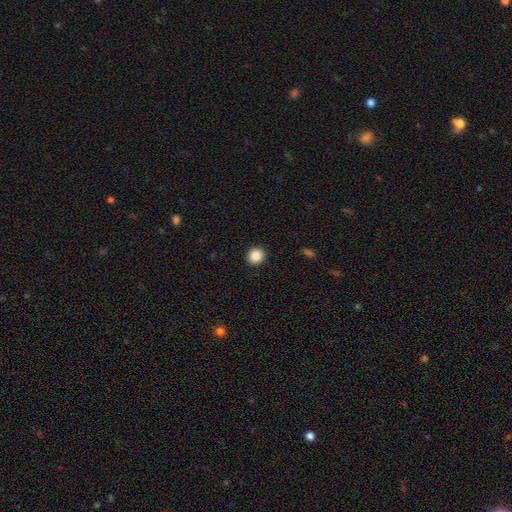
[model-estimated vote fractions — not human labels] Q: Smooth or featured?
A: smooth (87%); runner-up: star or artifact (10%)
Q: How rounded?
A: round (90%); runner-up: in between (9%)
Q: Merging?
A: none (92%); runner-up: minor disturbance (5%)